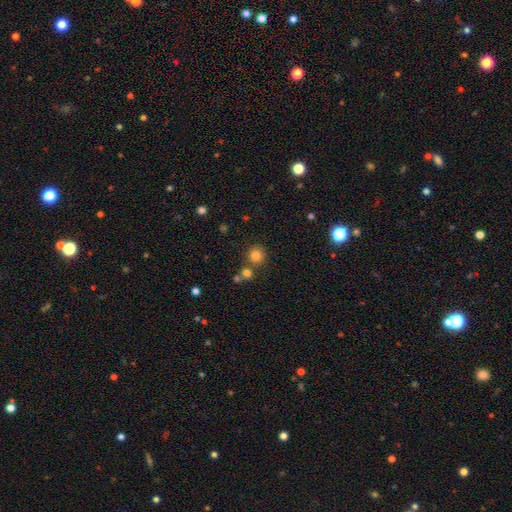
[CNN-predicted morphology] Q: Smooth or featured?
A: smooth (81%); runner-up: star or artifact (13%)
Q: How rounded?
A: round (91%); runner-up: in between (8%)
Q: Merging?
A: none (75%); runner-up: merger (14%)